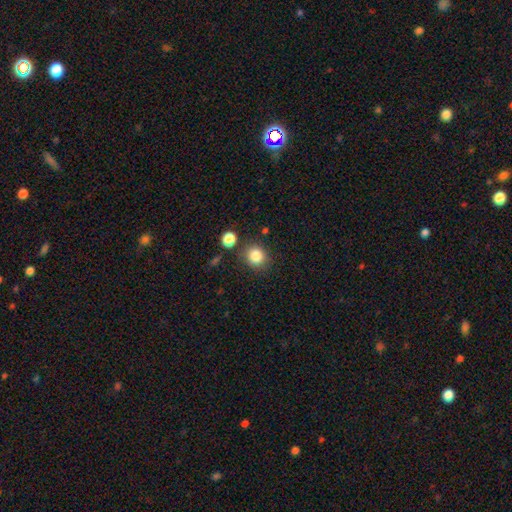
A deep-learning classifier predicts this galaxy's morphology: type=smooth (85%); roundness=round (83%); merging=none (80%).